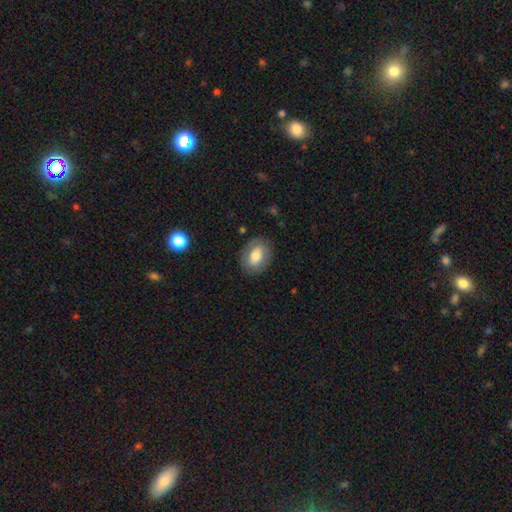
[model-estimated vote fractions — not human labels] Smooth or featured? Predicted: smooth (p=0.70). How rounded? Predicted: in between (p=0.75). Merging? Predicted: none (p=0.83).